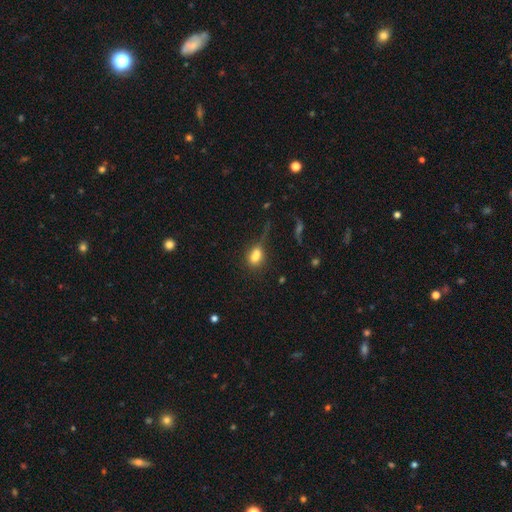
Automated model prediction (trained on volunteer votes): Q: Smooth or featured?
A: smooth (71%); runner-up: featured or disk (17%)
Q: How rounded?
A: in between (64%); runner-up: round (32%)
Q: Merging?
A: merger (41%); runner-up: none (30%)